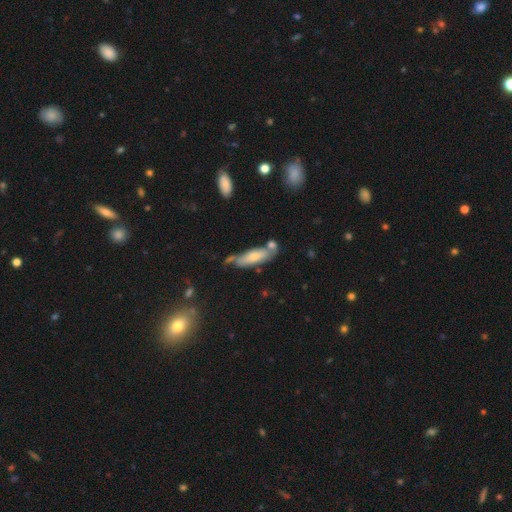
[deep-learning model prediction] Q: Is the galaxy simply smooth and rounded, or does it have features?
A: smooth — 64%.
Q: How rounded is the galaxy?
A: cigar-shaped — 54%.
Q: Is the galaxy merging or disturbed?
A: none — 55%.